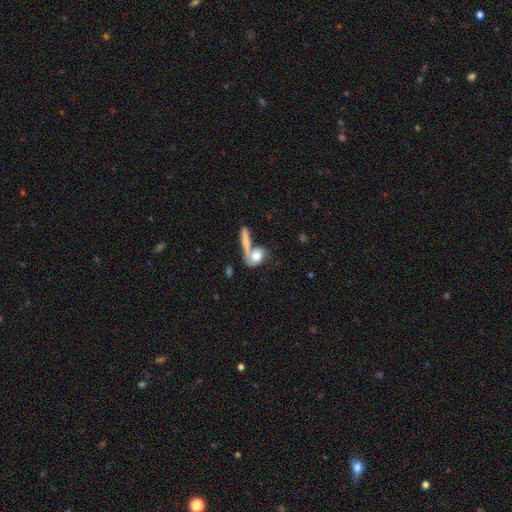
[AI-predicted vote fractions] This is likely a smooth galaxy (63%). How rounded: likely in between (66%). Merging: possibly merger (50%).